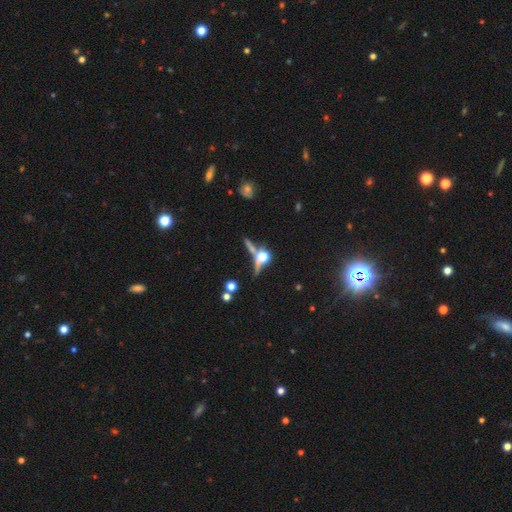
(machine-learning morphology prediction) smooth_or_featured: featured or disk (p=0.45) [alt: star or artifact p=0.29]
merging: none (p=0.56) [alt: merger p=0.21]